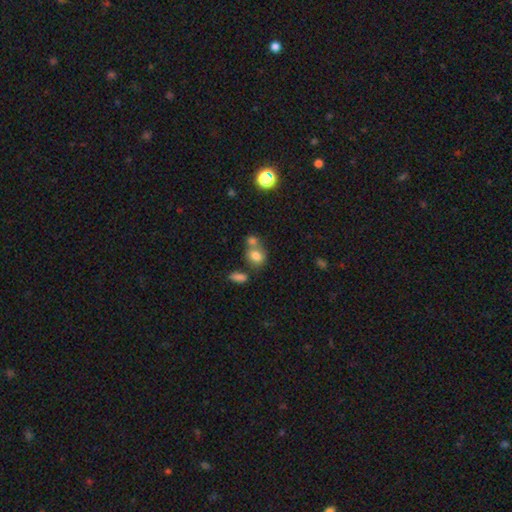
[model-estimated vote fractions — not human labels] This is likely a smooth galaxy (78%). How rounded: possibly round (50%). Merging: marginally merger (44%).